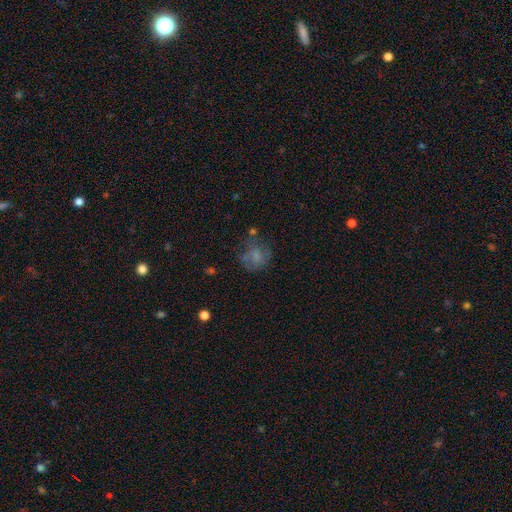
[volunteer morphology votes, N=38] Smooth or featured? 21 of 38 (55%) said smooth. How rounded? 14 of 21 (67%) said round. Merging? 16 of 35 (46%) said none.